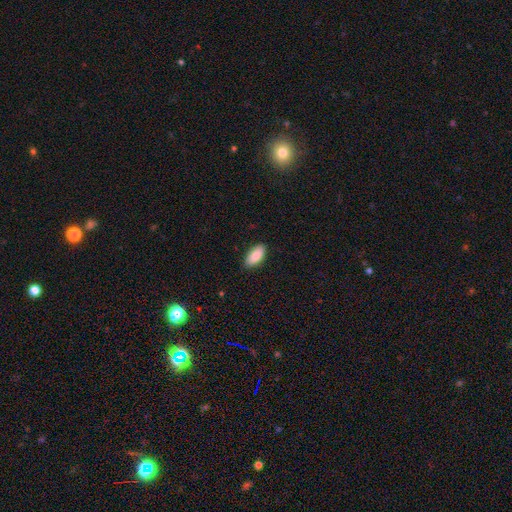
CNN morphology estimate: Q: Smooth or featured?
A: smooth (88%); runner-up: star or artifact (6%)
Q: How rounded?
A: in between (91%); runner-up: cigar-shaped (7%)
Q: Merging?
A: none (85%); runner-up: minor disturbance (12%)